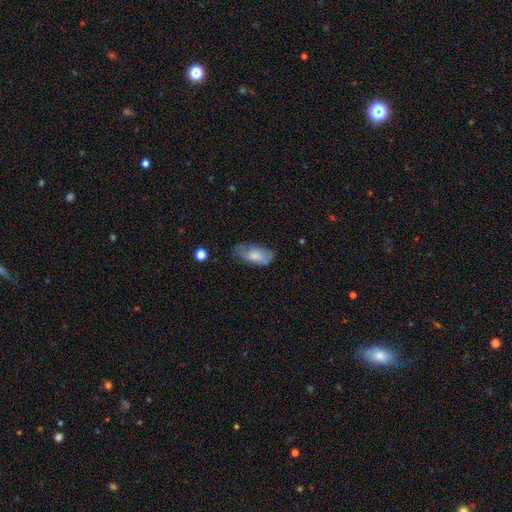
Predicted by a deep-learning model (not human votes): A smooth galaxy with no disk features (68%) that is in between round and cigar-shaped (89%).

Vote fractions:
- Smooth or featured? smooth: 68% / featured or disk: 24% / star or artifact: 7%
- How rounded? in between: 89% / cigar-shaped: 8% / round: 3%
- Merging? none: 51% / minor disturbance: 31% / major disturbance: 13% / merger: 5%